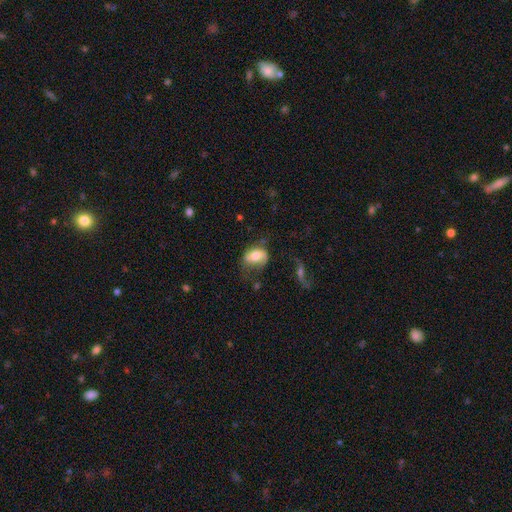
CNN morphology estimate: smooth-or-featured: smooth: 59% | featured or disk: 32% | star or artifact: 8%
  how-rounded: in between: 74% | round: 24% | cigar-shaped: 2%
  merging: none: 41% | minor disturbance: 30% | major disturbance: 23% | merger: 6%